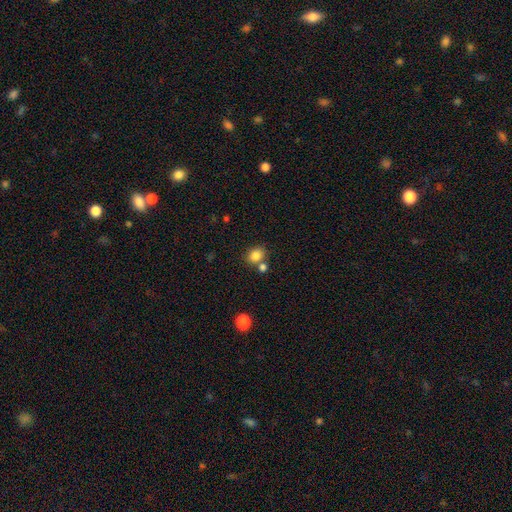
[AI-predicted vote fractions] Smooth or featured? Predicted: smooth (p=0.83). How rounded? Predicted: round (p=0.51). Merging? Predicted: none (p=0.64).